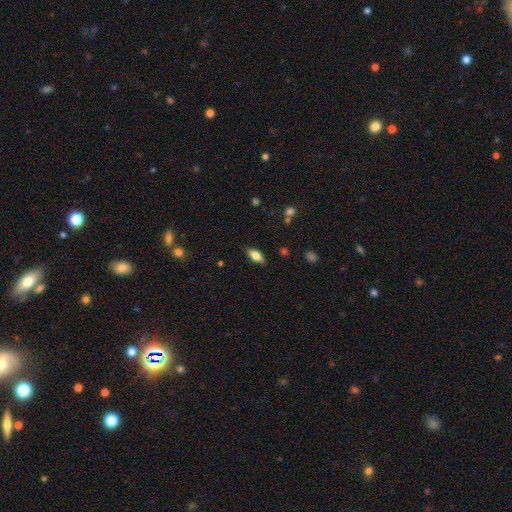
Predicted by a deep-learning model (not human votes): Morphology: type=smooth (68%); roundness=in between (81%); merging=none (85%).